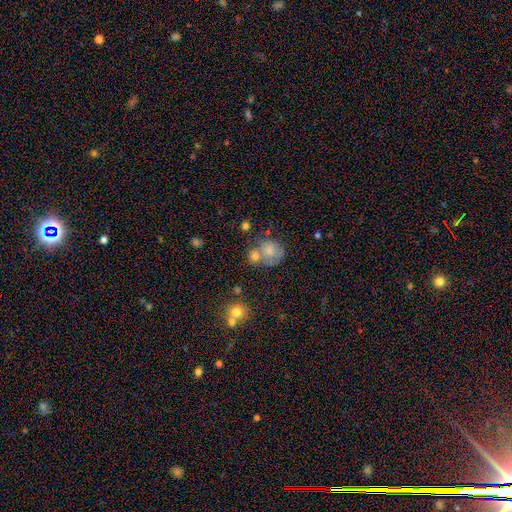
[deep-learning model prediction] Morphology: type=smooth (44%); merging=none (51%).